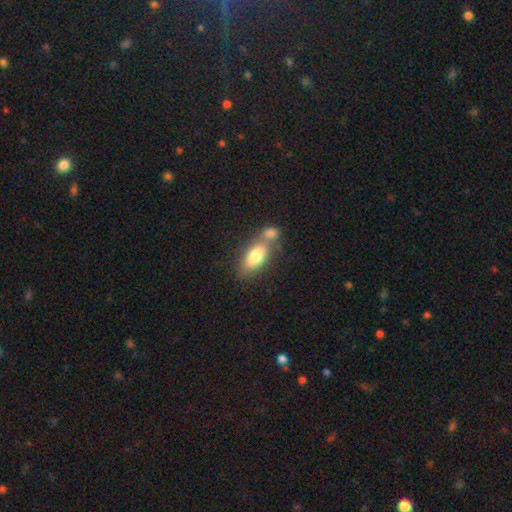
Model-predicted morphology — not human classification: The model was most divided on "merging": merger: 47%, none: 36%, minor disturbance: 12%, major disturbance: 4%. More confident: how rounded — in between (85%); smooth or featured — smooth (76%).